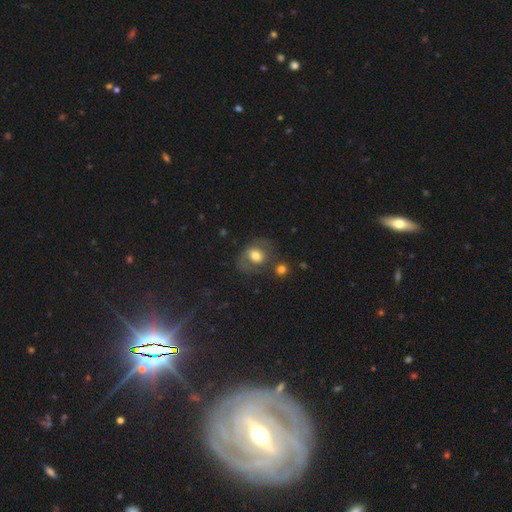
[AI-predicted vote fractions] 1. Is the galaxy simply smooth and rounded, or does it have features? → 56% smooth, 34% featured or disk, 10% star or artifact.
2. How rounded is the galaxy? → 51% round, 47% in between, 1% cigar-shaped.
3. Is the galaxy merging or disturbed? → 49% none, 22% minor disturbance, 19% major disturbance, 10% merger.